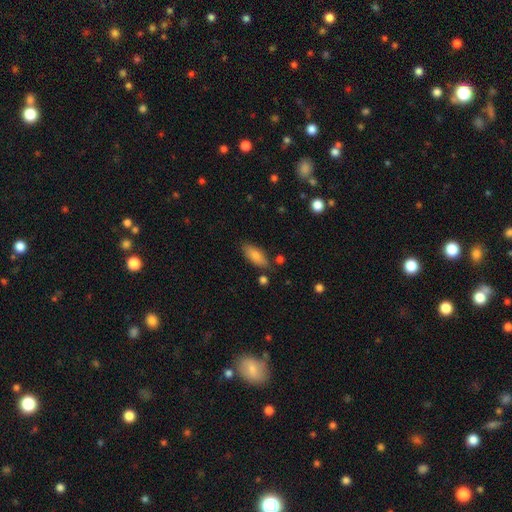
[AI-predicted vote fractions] Overall: smooth (81%). How rounded: in between (79%). Merging: none (79%).